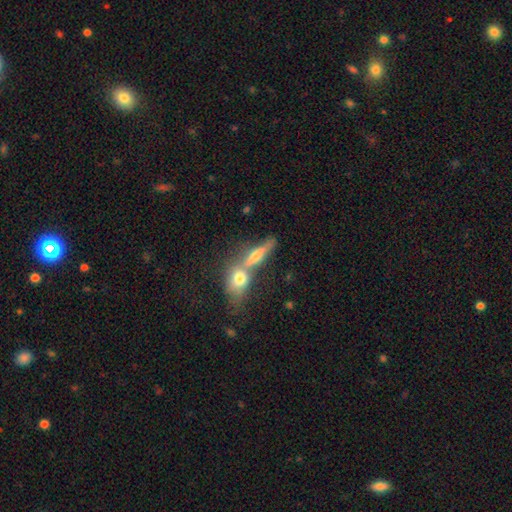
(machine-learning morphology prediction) smooth 53%, featured or disk 37%, star or artifact 10%. Down the decision tree: how rounded — cigar-shaped (54%); merging — none (44%).